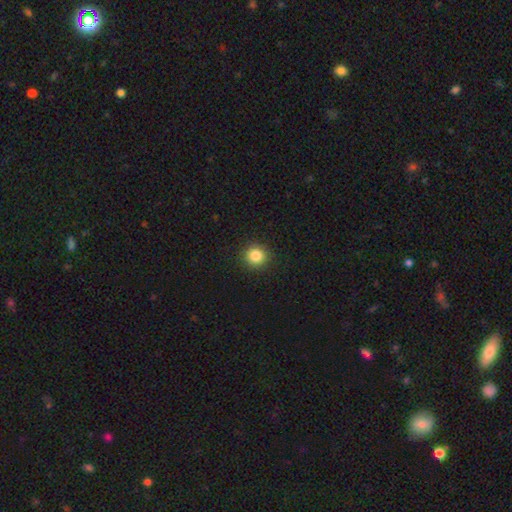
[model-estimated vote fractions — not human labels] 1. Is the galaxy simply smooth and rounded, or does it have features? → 85% smooth, 11% star or artifact, 4% featured or disk.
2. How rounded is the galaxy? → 92% round, 8% in between, 1% cigar-shaped.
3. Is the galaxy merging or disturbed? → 91% none, 6% minor disturbance, 2% major disturbance, 1% merger.